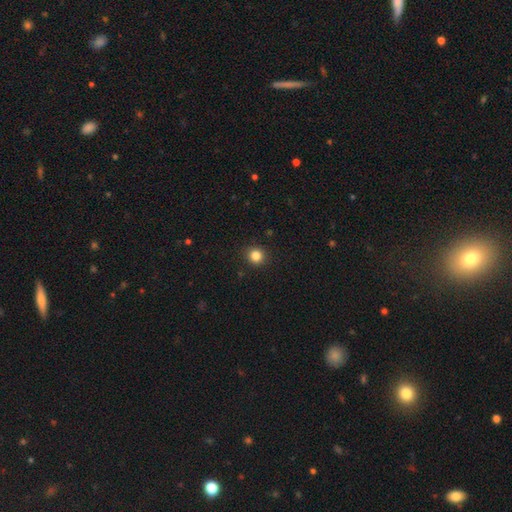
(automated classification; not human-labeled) This is clearly a smooth galaxy (84%). How rounded: clearly round (91%). Merging: clearly none (92%).